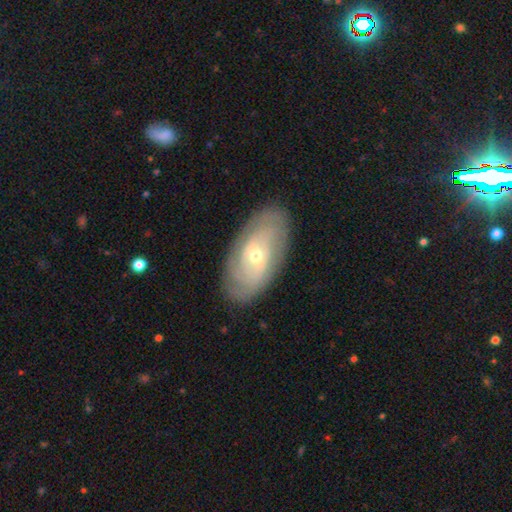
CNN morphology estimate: This appears to be a featured or disk galaxy (76%) with no bar (70%), tight (72%) spiral arms (84%) and a small central bulge (63%). Merging: none (83%).